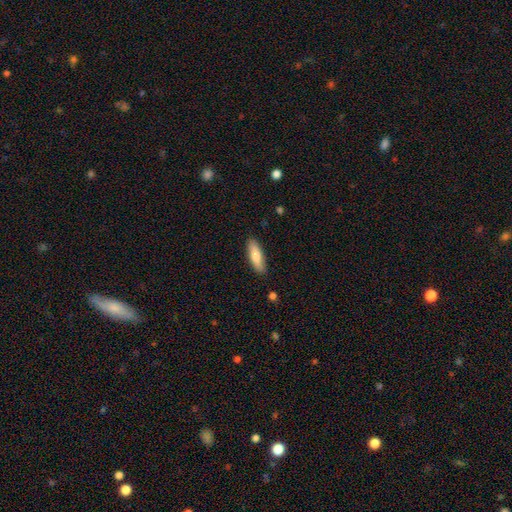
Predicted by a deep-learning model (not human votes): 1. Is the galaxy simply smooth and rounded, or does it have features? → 78% smooth, 16% featured or disk, 6% star or artifact.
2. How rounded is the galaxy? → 49% cigar-shaped (tied), 49% in between (tied), 2% round.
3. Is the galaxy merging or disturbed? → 87% none, 10% minor disturbance, 2% major disturbance, 1% merger.